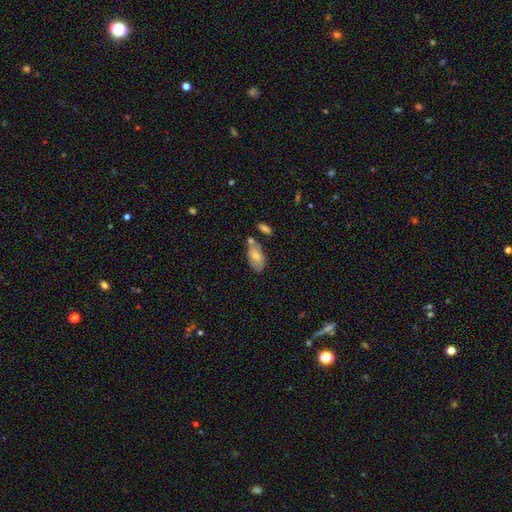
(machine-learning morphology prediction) smooth-or-featured: smooth: 73% | featured or disk: 21% | star or artifact: 7%
  how-rounded: in between: 92% | cigar-shaped: 4% | round: 3%
  merging: none: 56% | minor disturbance: 21% | merger: 17% | major disturbance: 6%